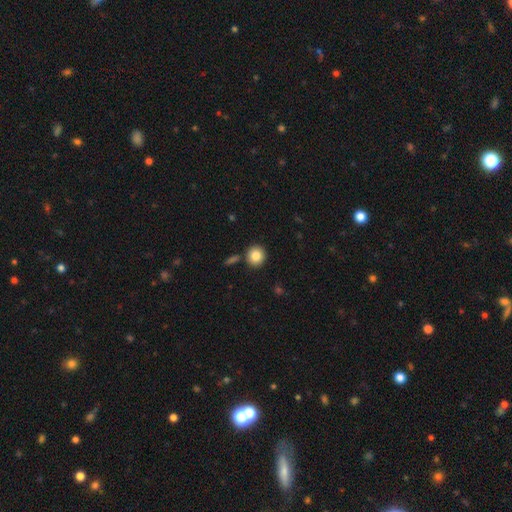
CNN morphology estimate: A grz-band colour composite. It shows a smooth galaxy with no disk features (84%) that is round (91%). Merging: none (86%).